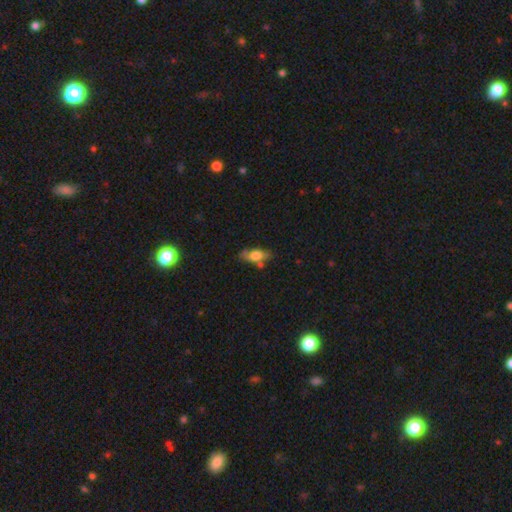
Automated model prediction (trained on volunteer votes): This appears to be a smooth galaxy with no disk features (60%) that is in between round and cigar-shaped (77%). Merging: none (65%).